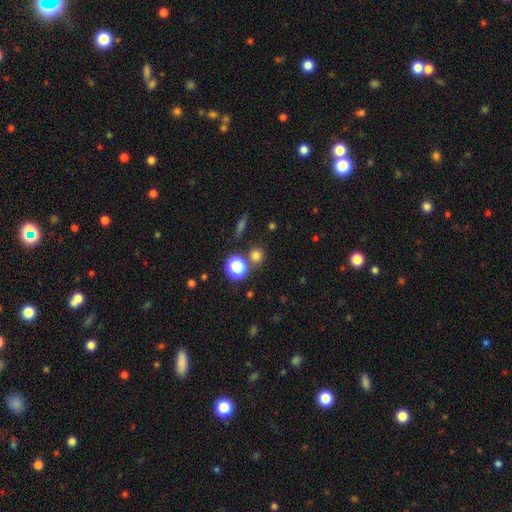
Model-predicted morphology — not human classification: smooth_or_featured: smooth (p=0.73) [alt: star or artifact p=0.21]
how_rounded: round (p=0.87) [alt: in between p=0.12]
merging: none (p=0.76) [alt: merger p=0.12]